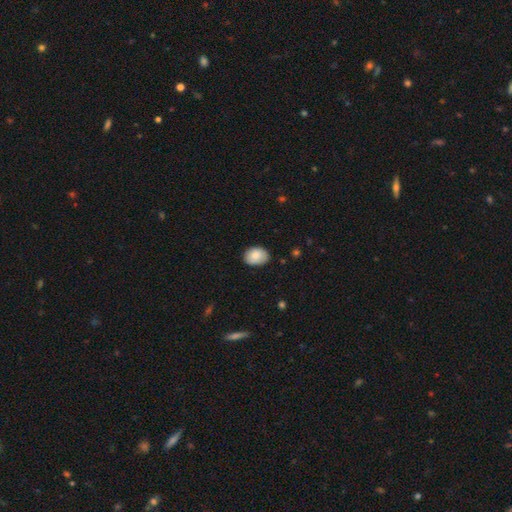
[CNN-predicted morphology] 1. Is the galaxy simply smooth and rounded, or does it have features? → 85% smooth, 8% featured or disk, 7% star or artifact.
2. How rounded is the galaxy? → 68% in between, 31% round, 1% cigar-shaped.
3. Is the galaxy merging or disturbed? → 79% none, 17% minor disturbance, 3% major disturbance, 1% merger.